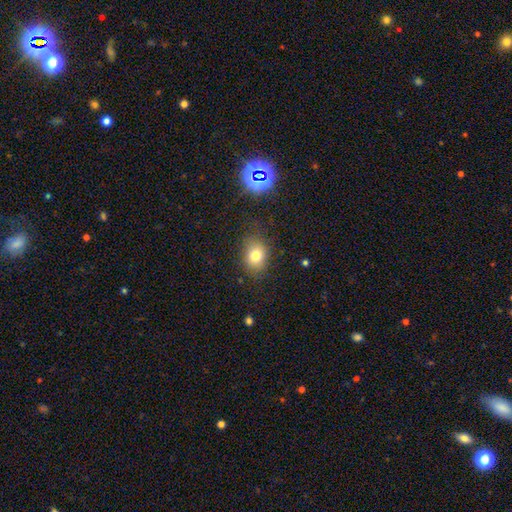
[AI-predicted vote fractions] Morphology: type=smooth (77%); roundness=in between (57%); merging=none (77%).